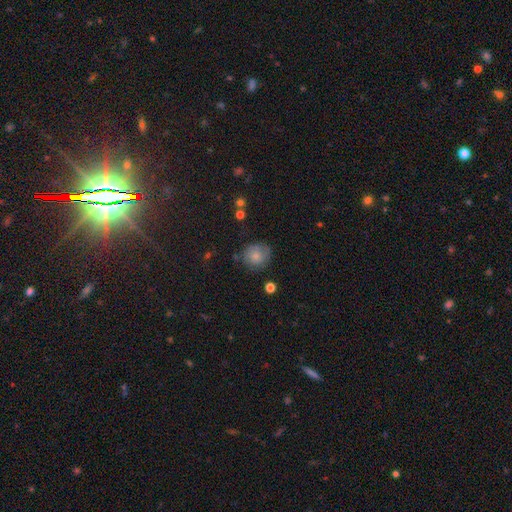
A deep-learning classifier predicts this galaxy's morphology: Smooth or featured?
  - smooth: 78% *
  - featured or disk: 13%
  - star or artifact: 10%
How rounded?
  - round: 85% *
  - in between: 14%
  - cigar-shaped: 1%
Merging?
  - none: 73% *
  - minor disturbance: 19%
  - major disturbance: 5%
  - merger: 3%